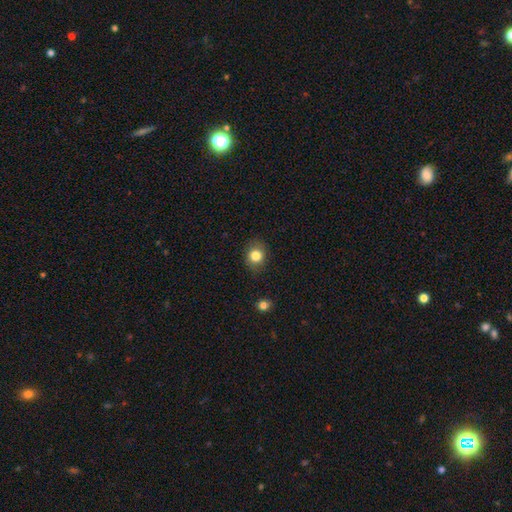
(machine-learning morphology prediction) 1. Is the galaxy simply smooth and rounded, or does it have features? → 82% smooth, 11% star or artifact, 7% featured or disk.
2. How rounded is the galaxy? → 70% round, 30% in between, 1% cigar-shaped.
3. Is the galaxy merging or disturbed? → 86% none, 10% minor disturbance, 3% major disturbance, 1% merger.